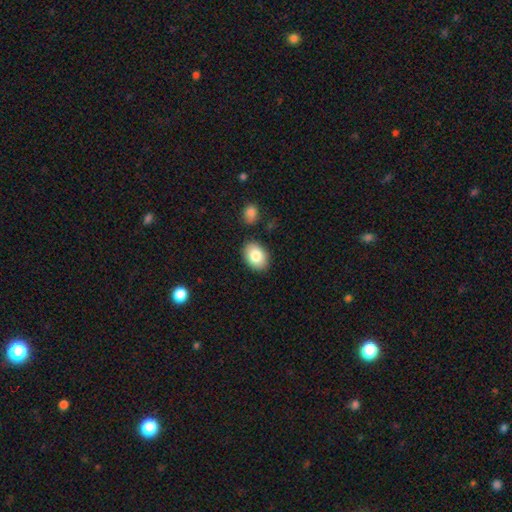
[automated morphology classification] Q: Smooth or featured?
A: smooth (83%); runner-up: featured or disk (9%)
Q: How rounded?
A: in between (80%); runner-up: round (19%)
Q: Merging?
A: none (85%); runner-up: minor disturbance (10%)